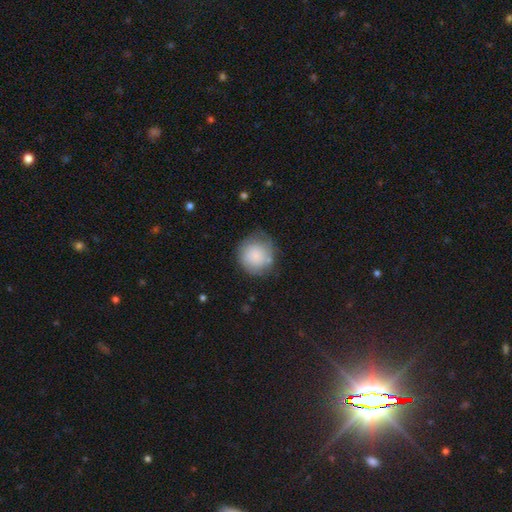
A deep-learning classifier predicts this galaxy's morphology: Smooth or featured: smooth — 80% (featured or disk — 13%)
How rounded: round — 89% (in between — 10%)
Merging: none — 62% (minor disturbance — 24%)